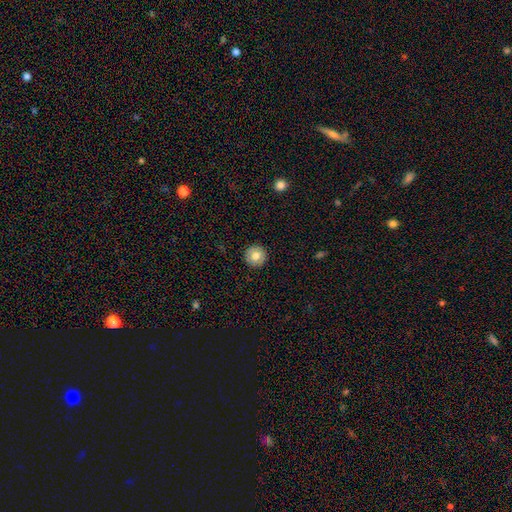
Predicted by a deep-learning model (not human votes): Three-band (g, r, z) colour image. It shows a smooth galaxy with no disk features (80%) that is round (96%). Merging: none (93%).